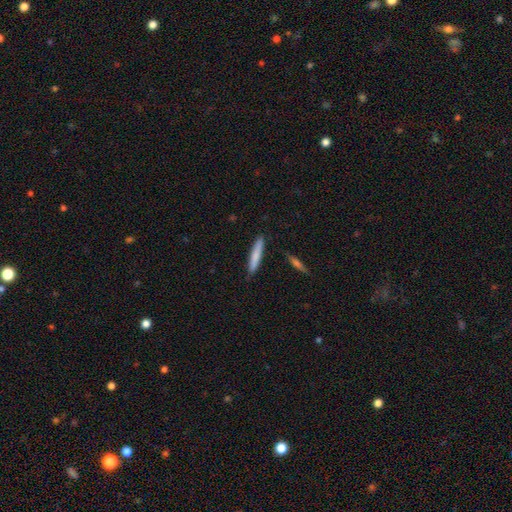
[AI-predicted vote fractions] This is likely a smooth galaxy (79%). How rounded: clearly cigar-shaped (91%). Merging: clearly none (88%).